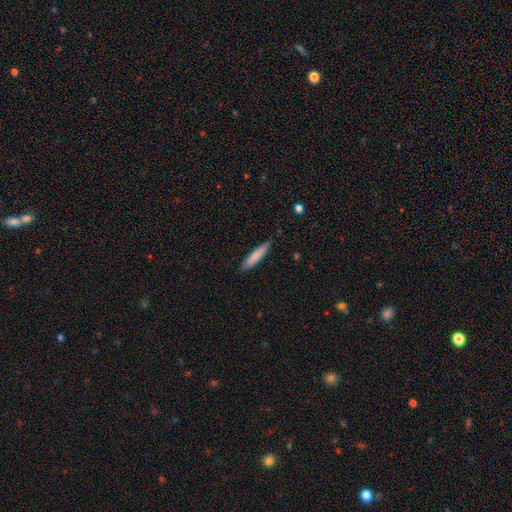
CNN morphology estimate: Overall: smooth (80%). How rounded: cigar-shaped (87%). Merging: none (88%).